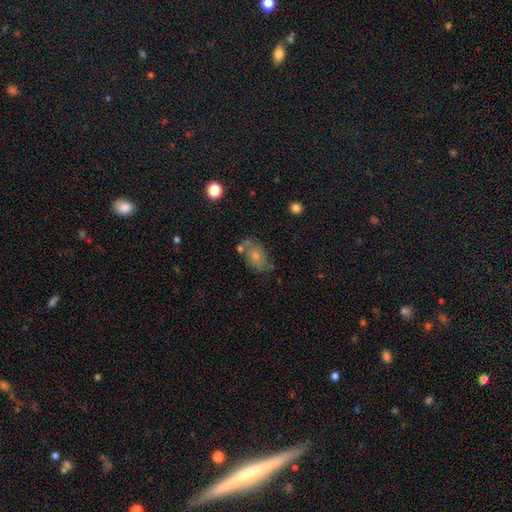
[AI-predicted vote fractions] A smooth galaxy with no disk features (50%) that is in between round and cigar-shaped (83%). Merging: none (57%).